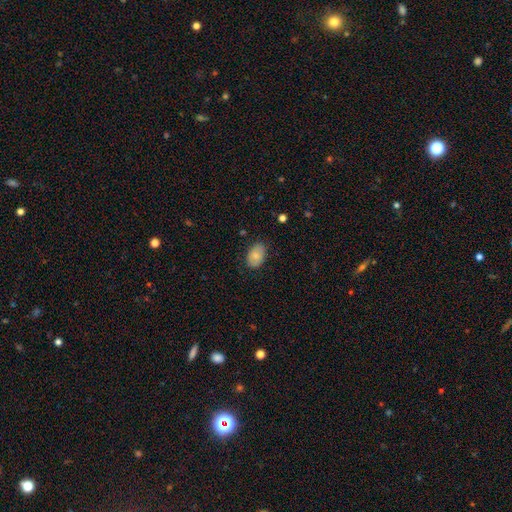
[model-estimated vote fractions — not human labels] The model was most divided on "merging": none: 80%, minor disturbance: 16%, major disturbance: 3%, merger: 1%. More confident: how rounded — in between (88%); smooth or featured — smooth (81%).